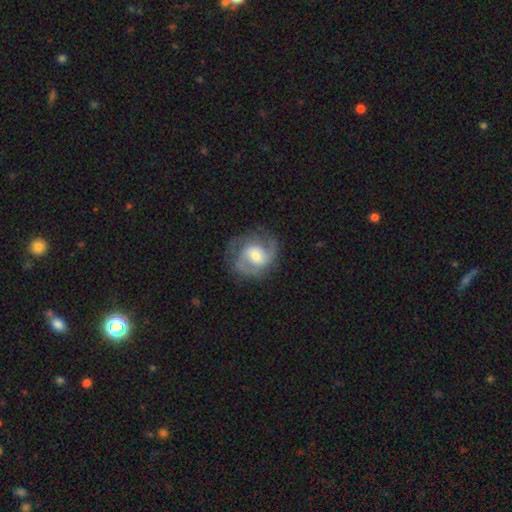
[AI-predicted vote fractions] A featured or disk galaxy (80%) with no bar (49%), 2 (68%) medium (50%) spiral arms (94%) and a moderate central bulge (55%). Merging: none (72%).